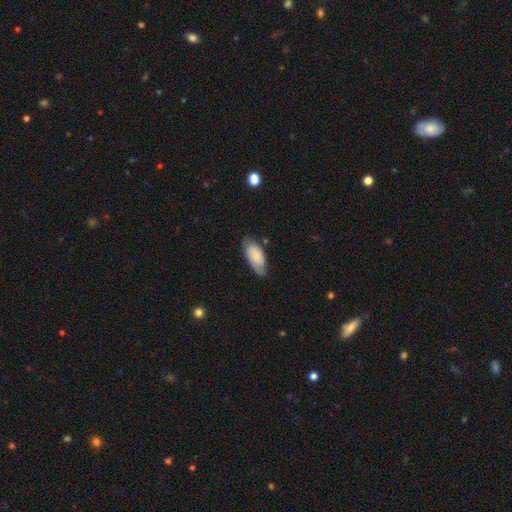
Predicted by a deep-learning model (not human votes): The model was most divided on "merging": none: 67%, minor disturbance: 25%, major disturbance: 5%, merger: 2%. More confident: how rounded — in between (90%); smooth or featured — smooth (71%).